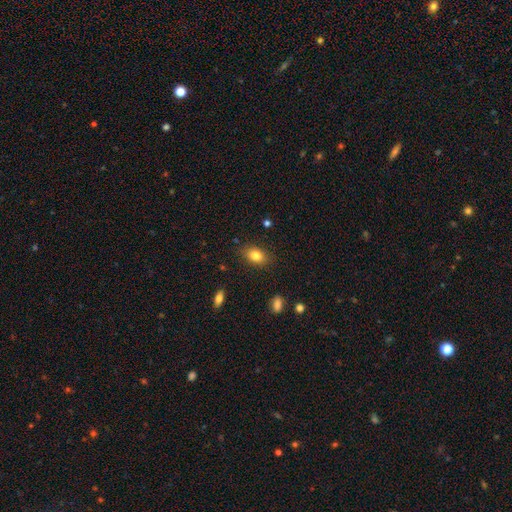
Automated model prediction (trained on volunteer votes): This is clearly a smooth galaxy (82%). How rounded: clearly in between (80%). Merging: clearly none (83%).